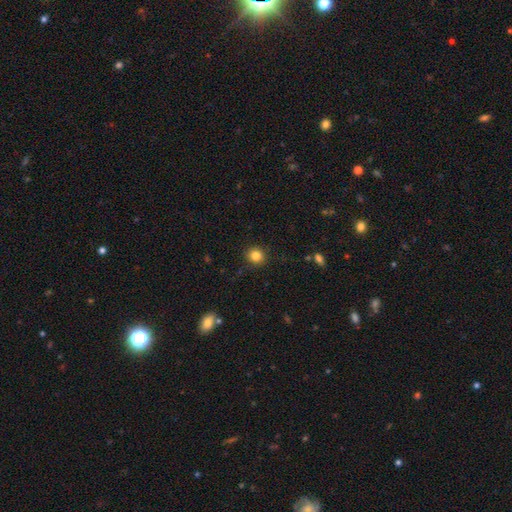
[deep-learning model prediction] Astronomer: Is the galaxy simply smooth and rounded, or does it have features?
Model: smooth — 84%.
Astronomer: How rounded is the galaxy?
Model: round — 87%.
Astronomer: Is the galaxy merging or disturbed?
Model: none — 91%.